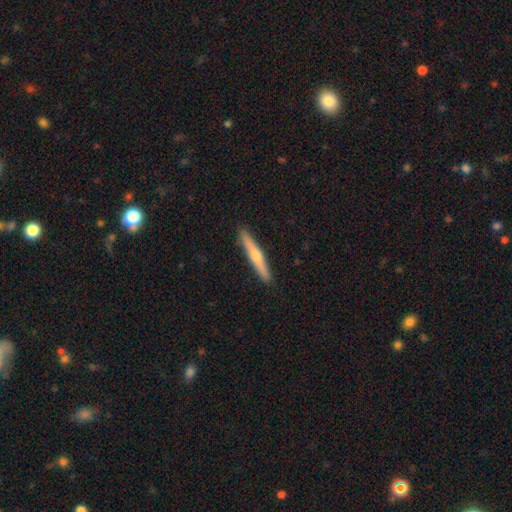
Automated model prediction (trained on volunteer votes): featured or disk 49%, smooth 46%, star or artifact 5%. Down the decision tree: merging — none (91%).